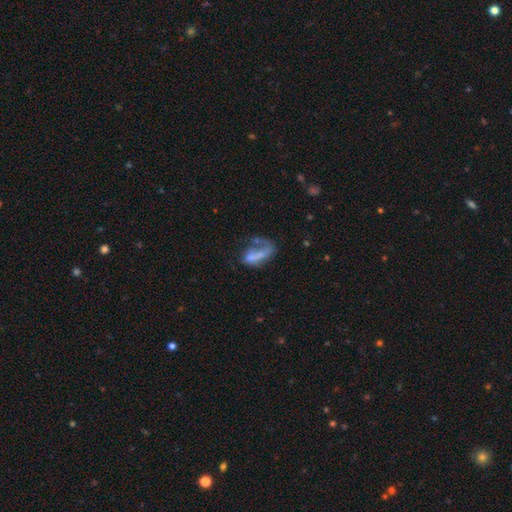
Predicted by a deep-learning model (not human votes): This is possibly a featured or disk galaxy (45%, tied with smooth). Merging: possibly major disturbance (46%).